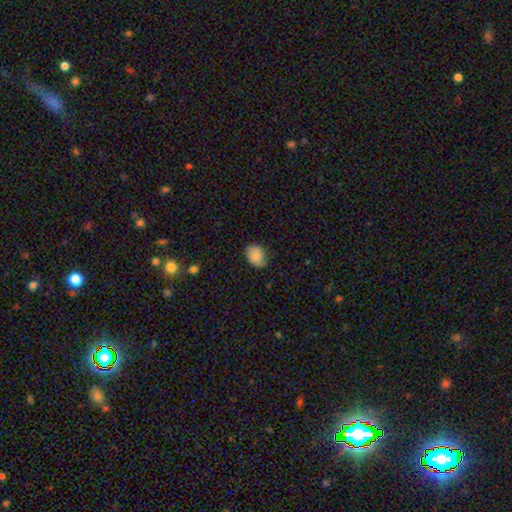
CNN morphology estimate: smooth-or-featured: smooth: 77% | featured or disk: 15% | star or artifact: 8%
  how-rounded: in between: 68% | round: 31% | cigar-shaped: 1%
  merging: none: 74% | minor disturbance: 21% | major disturbance: 4% | merger: 1%